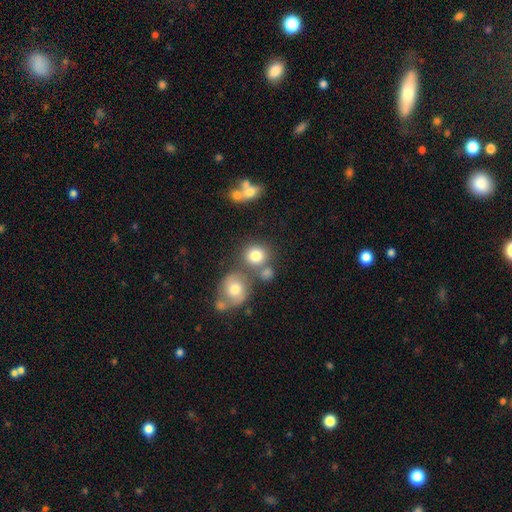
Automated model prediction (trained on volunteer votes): A smooth galaxy with no disk features (78%) that is round (81%).

Vote fractions:
- Smooth or featured? smooth: 78% / featured or disk: 11% / star or artifact: 11%
- How rounded? round: 81% / in between: 17% / cigar-shaped: 1%
- Merging? none: 59% / merger: 25% / minor disturbance: 11% / major disturbance: 5%